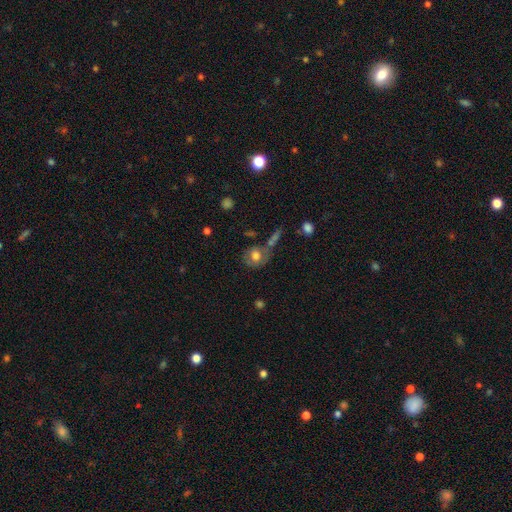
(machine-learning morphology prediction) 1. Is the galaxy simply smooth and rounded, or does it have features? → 68% smooth, 24% featured or disk, 9% star or artifact.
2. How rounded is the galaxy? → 72% round, 26% in between, 2% cigar-shaped.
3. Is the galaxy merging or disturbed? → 56% none, 18% minor disturbance, 17% merger, 9% major disturbance.